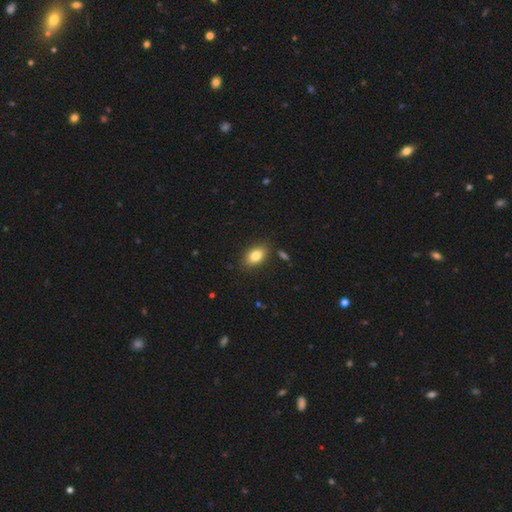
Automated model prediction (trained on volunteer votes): Smooth or featured?
  - smooth: 83% *
  - featured or disk: 9%
  - star or artifact: 9%
How rounded?
  - in between: 87% *
  - round: 10%
  - cigar-shaped: 3%
Merging?
  - none: 84% *
  - minor disturbance: 11%
  - major disturbance: 3%
  - merger: 2%